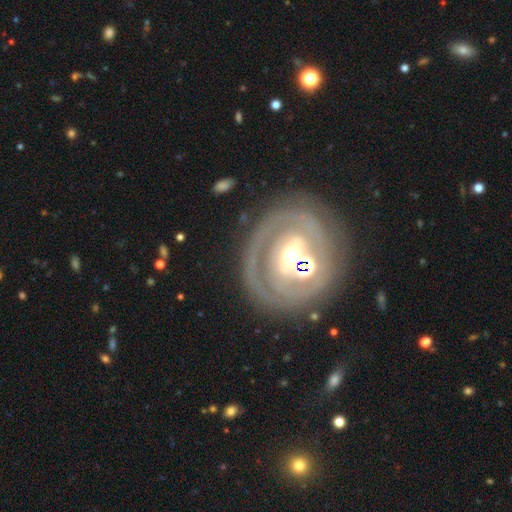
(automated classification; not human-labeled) Smooth or featured? featured or disk (81%)
Edge-on disk? no (95%)
Bar? no (39%)
Spiral arms? yes (77%)
Spiral winding? tight (75%)
Spiral arm count? 2 (36%)
Bulge size? moderate (56%)
Merging? none (74%)